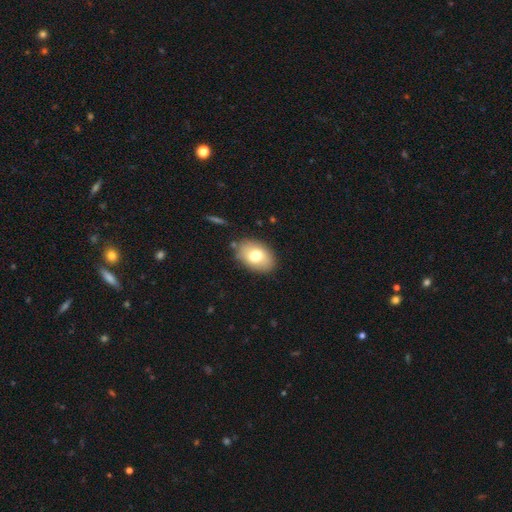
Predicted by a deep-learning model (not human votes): Morphology: type=smooth (73%); roundness=in between (84%); merging=none (83%).